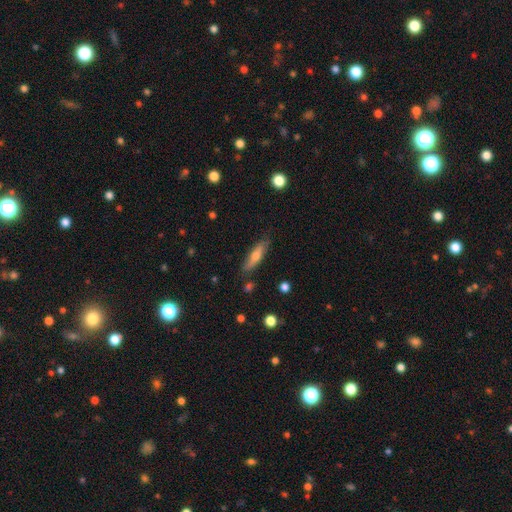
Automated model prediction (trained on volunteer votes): Overall: smooth (55%; featured or disk 39%). How rounded: cigar-shaped (70%). Merging: none (80%).